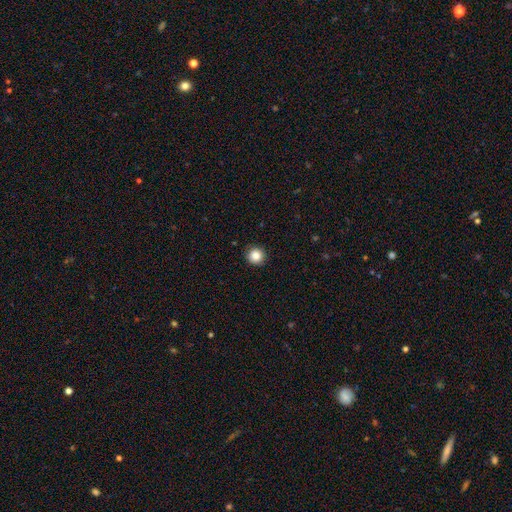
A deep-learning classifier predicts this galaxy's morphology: This appears to be a smooth galaxy with no disk features (86%) that is round (95%). Merging: none (91%).